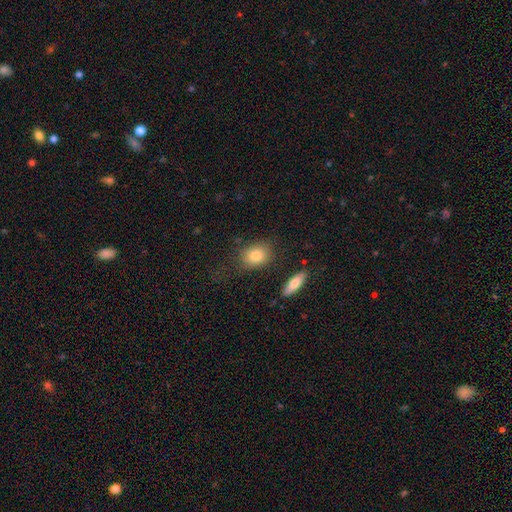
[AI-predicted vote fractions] A smooth galaxy with no disk features (82%) that is in between round and cigar-shaped (58%).

Vote fractions:
- Smooth or featured? smooth: 82% / featured or disk: 10% / star or artifact: 8%
- How rounded? in between: 58% / round: 40% / cigar-shaped: 2%
- Merging? none: 76% / minor disturbance: 14% / major disturbance: 5% / merger: 5%